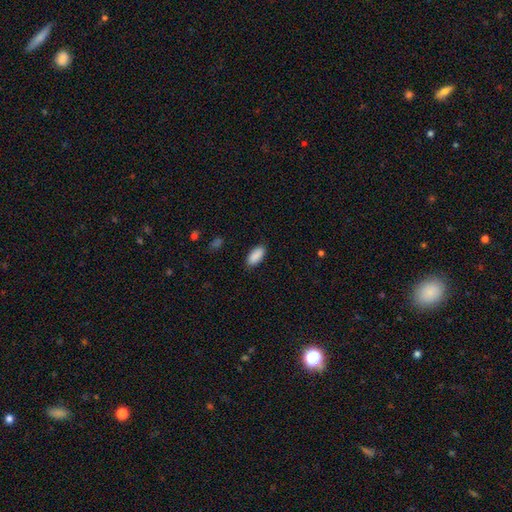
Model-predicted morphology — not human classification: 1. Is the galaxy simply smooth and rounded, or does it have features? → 90% smooth, 7% star or artifact, 3% featured or disk.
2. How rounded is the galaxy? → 91% in between, 7% cigar-shaped, 2% round.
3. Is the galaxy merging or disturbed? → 87% none, 10% minor disturbance, 2% major disturbance, 1% merger.